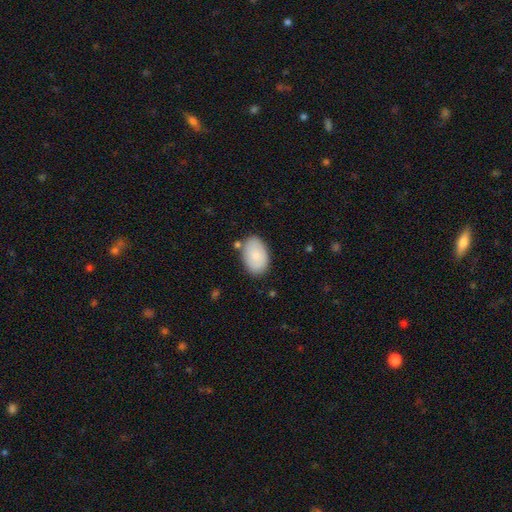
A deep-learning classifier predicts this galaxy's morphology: A smooth galaxy with no disk features (81%) that is in between round and cigar-shaped (92%).

Vote fractions:
- Smooth or featured? smooth: 81% / featured or disk: 13% / star or artifact: 6%
- How rounded? in between: 92% / round: 7% / cigar-shaped: 1%
- Merging? none: 78% / minor disturbance: 14% / merger: 4% / major disturbance: 3%